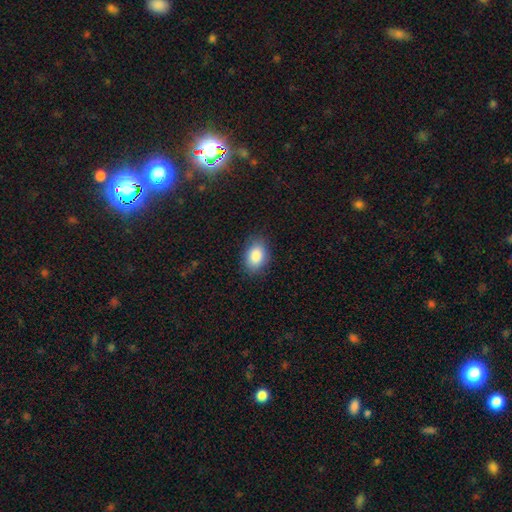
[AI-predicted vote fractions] The model was most divided on "how rounded": in between: 82%, round: 17%, cigar-shaped: 1%. More confident: smooth or featured — smooth (87%); merging — none (85%).